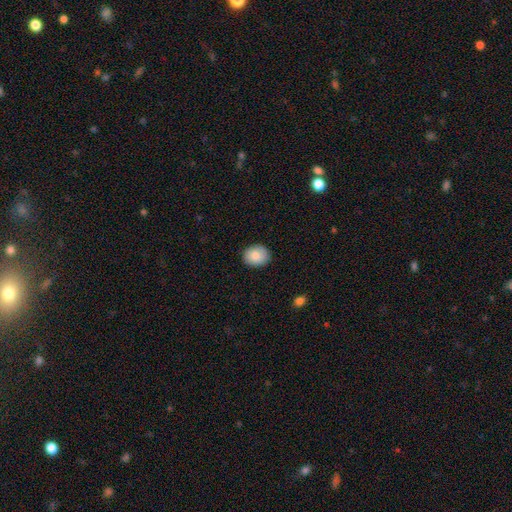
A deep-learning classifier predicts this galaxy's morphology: type=smooth (85%); roundness=round (61%); merging=none (89%).